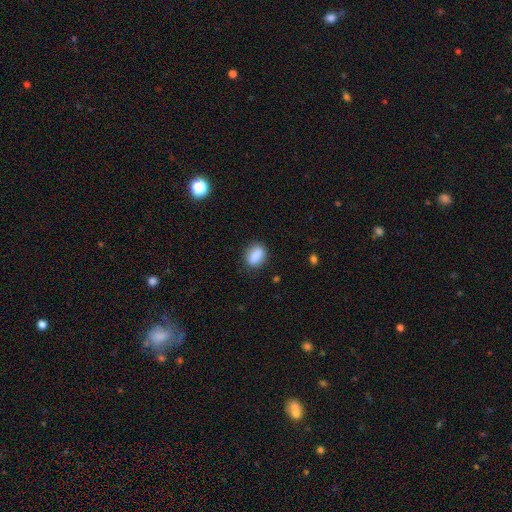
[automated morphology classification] Smooth or featured?
  - smooth: 88% *
  - star or artifact: 8%
  - featured or disk: 5%
How rounded?
  - in between: 75% *
  - round: 23%
  - cigar-shaped: 2%
Merging?
  - none: 83% *
  - minor disturbance: 13%
  - major disturbance: 3%
  - merger: 1%